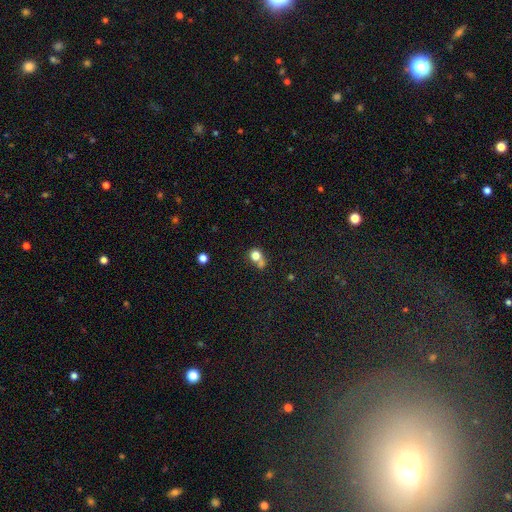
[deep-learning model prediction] Morphology: type=smooth (76%); roundness=round (76%); merging=merger (39%, tied with none).